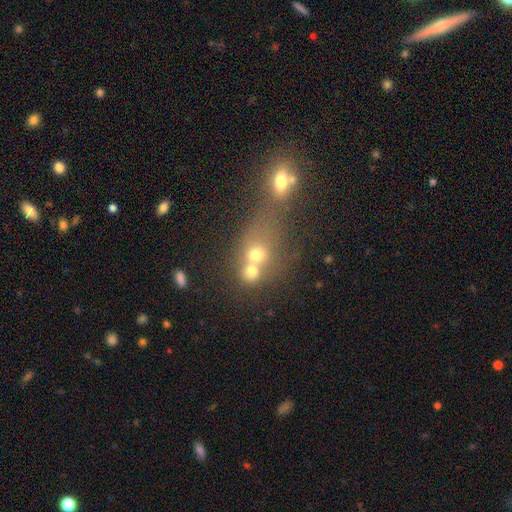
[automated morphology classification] A smooth galaxy with no disk features (58%) that is round (65%). Merging: merger (64%).